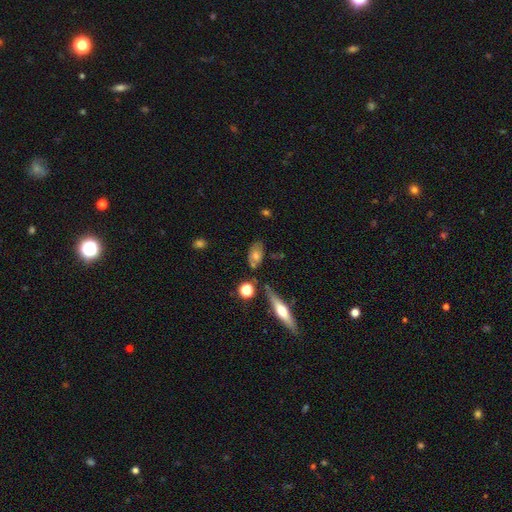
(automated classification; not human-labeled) The model was most divided on "smooth or featured": smooth: 57%, featured or disk: 33%, star or artifact: 9%. More confident: how rounded — in between (84%); merging — none (64%).